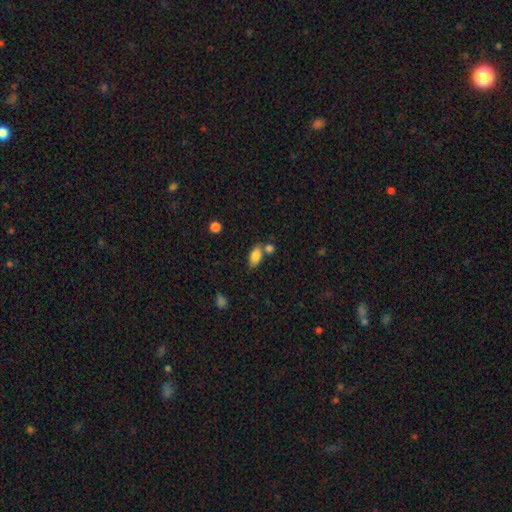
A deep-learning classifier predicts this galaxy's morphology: This is clearly a smooth galaxy (84%). How rounded: clearly in between (90%). Merging: possibly none (59%).